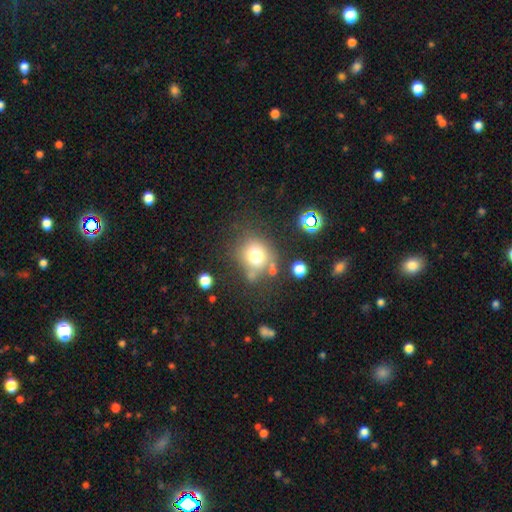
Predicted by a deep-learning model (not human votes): A smooth galaxy with no disk features (71%) that is round (80%).

Vote fractions:
- Smooth or featured? smooth: 71% / star or artifact: 15% / featured or disk: 13%
- How rounded? round: 80% / in between: 19% / cigar-shaped: 1%
- Merging? none: 61% / minor disturbance: 17% / merger: 12% / major disturbance: 10%